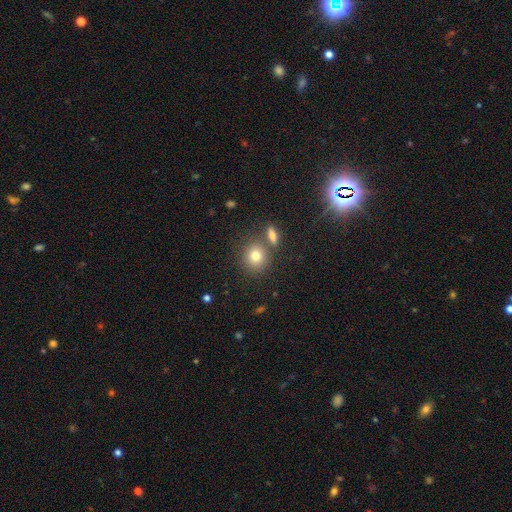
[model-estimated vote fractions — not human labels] Q: Smooth or featured?
A: smooth (79%); runner-up: star or artifact (11%)
Q: How rounded?
A: round (82%); runner-up: in between (17%)
Q: Merging?
A: none (70%); runner-up: merger (18%)